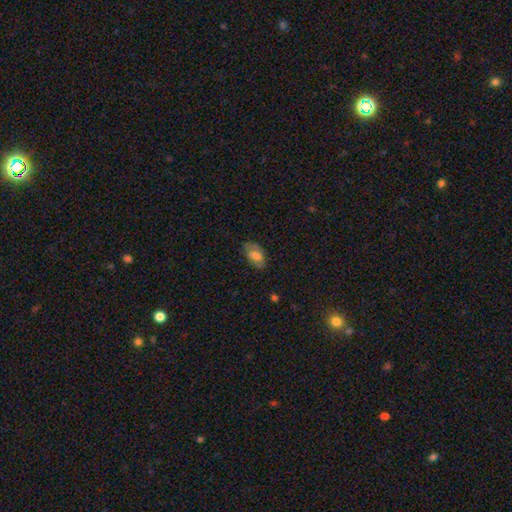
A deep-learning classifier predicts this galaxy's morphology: smooth_or_featured: smooth (p=0.59) [alt: featured or disk p=0.32]
how_rounded: in between (p=0.91) [alt: round p=0.07]
merging: none (p=0.67) [alt: minor disturbance p=0.23]